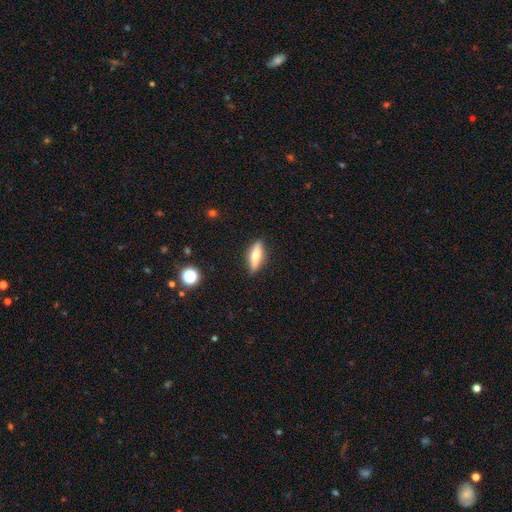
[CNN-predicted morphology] This appears to be a smooth galaxy with no disk features (59%) that is cigar-shaped (50%). Merging: none (86%).